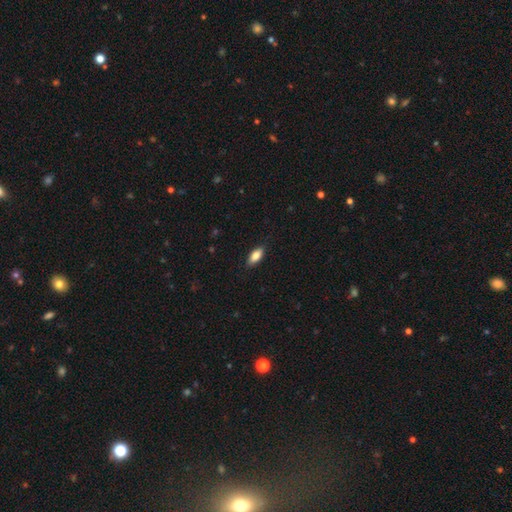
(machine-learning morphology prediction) smooth 84%, featured or disk 10%, star or artifact 7%. Down the decision tree: how rounded — in between (84%); merging — none (86%).